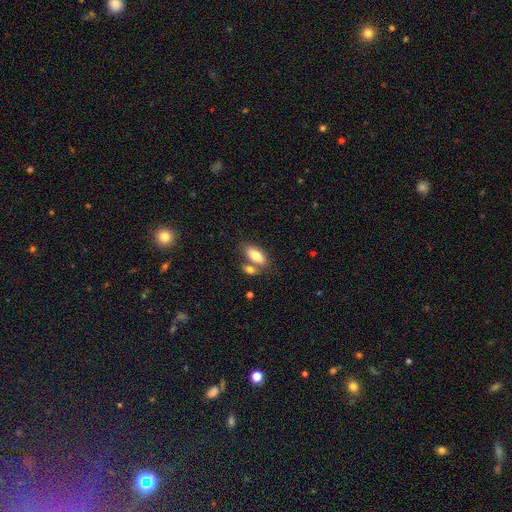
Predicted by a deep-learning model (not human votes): Smooth or featured?
  - smooth: 78% *
  - featured or disk: 16%
  - star or artifact: 6%
How rounded?
  - in between: 86% *
  - cigar-shaped: 11%
  - round: 3%
Merging?
  - none: 54% *
  - merger: 32%
  - minor disturbance: 10%
  - major disturbance: 3%